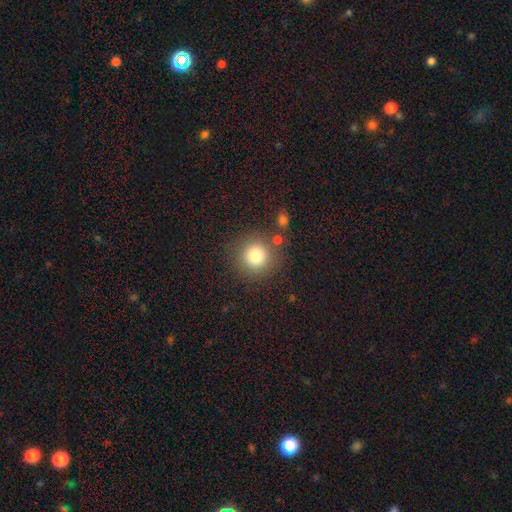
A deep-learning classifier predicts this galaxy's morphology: Smooth or featured? Predicted: smooth (p=0.79). How rounded? Predicted: round (p=0.94). Merging? Predicted: none (p=0.82).